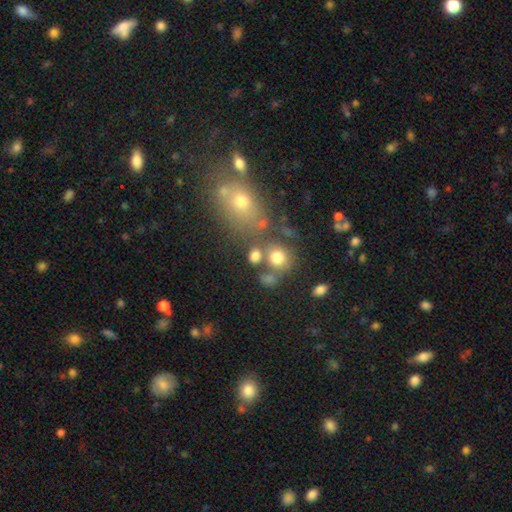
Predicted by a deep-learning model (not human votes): The model was most divided on "merging": none: 54%, merger: 28%, minor disturbance: 12%, major disturbance: 7%. More confident: smooth or featured — smooth (73%); how rounded — round (63%).